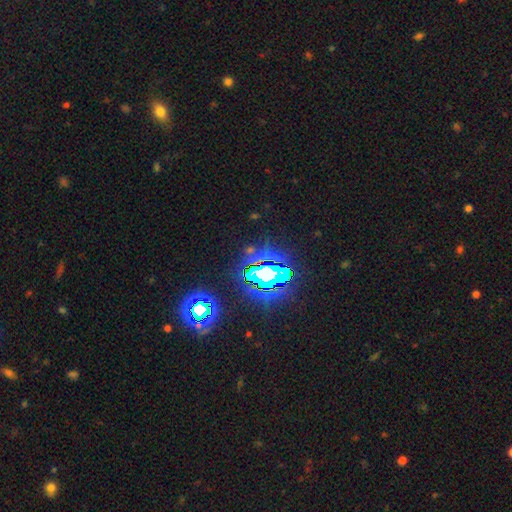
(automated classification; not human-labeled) star or artifact 79%, smooth 11%, featured or disk 9%.